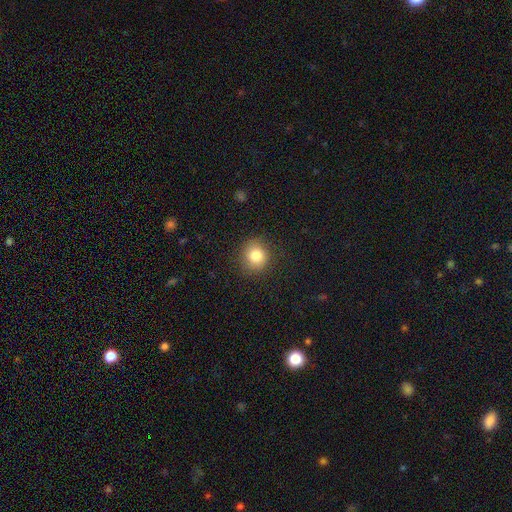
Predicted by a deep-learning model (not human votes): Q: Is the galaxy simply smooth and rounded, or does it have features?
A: smooth — 82%.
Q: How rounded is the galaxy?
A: round — 87%.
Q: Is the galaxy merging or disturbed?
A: none — 86%.